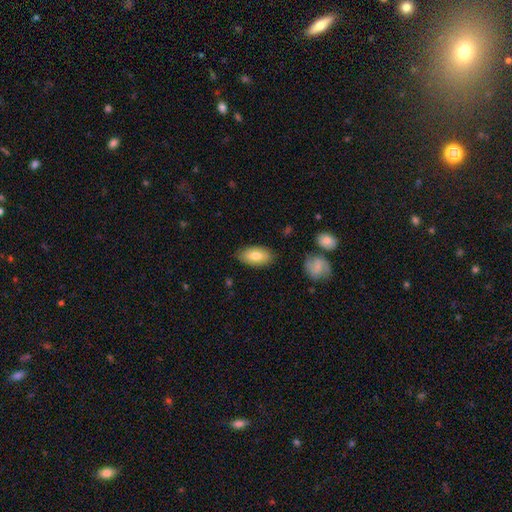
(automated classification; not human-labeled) This appears to be a smooth galaxy with no disk features (77%) that is in between round and cigar-shaped (92%). Merging: none (83%).